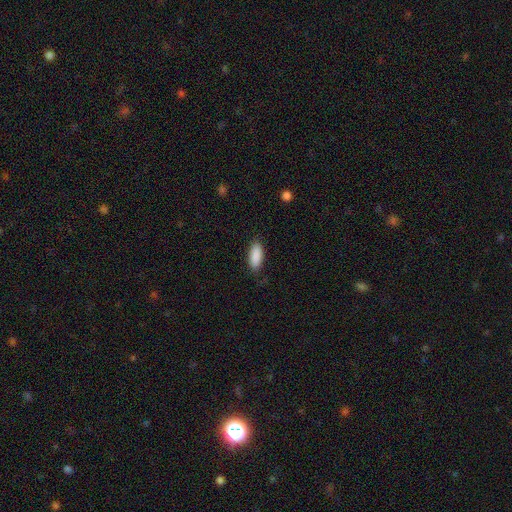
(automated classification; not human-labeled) smooth 90%, star or artifact 6%, featured or disk 4%. Down the decision tree: how rounded — in between (78%); merging — none (84%).